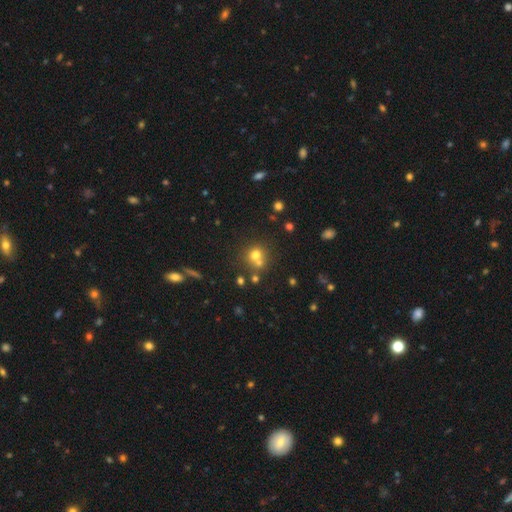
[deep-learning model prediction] smooth-or-featured: smooth: 68% | star or artifact: 18% | featured or disk: 14%
  how-rounded: round: 83% | in between: 16% | cigar-shaped: 1%
  merging: none: 51% | merger: 37% | minor disturbance: 8% | major disturbance: 4%